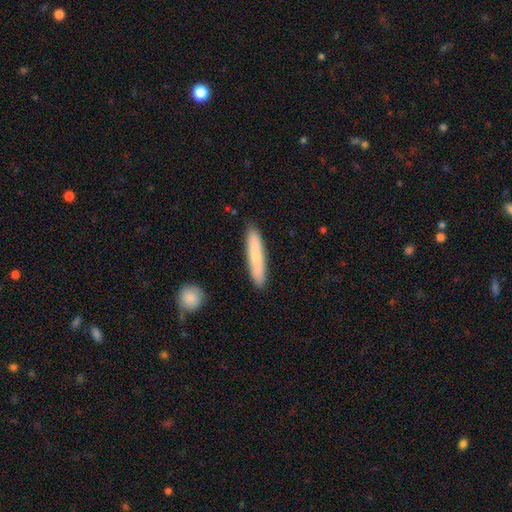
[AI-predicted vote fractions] This appears to be a smooth galaxy with no disk features (75%) that is cigar-shaped (90%). Merging: none (87%).